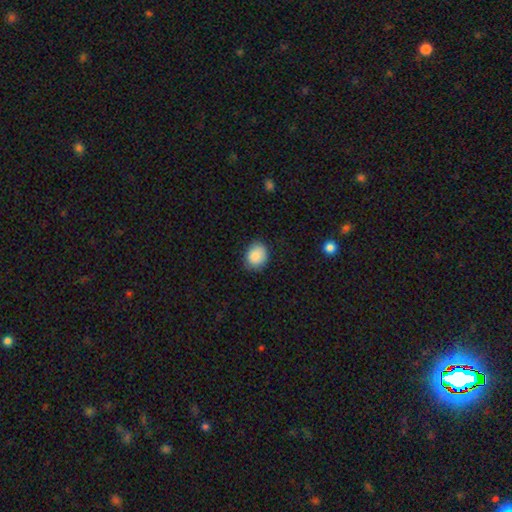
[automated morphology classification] Overall: smooth (86%). How rounded: round (56%; in between 43%). Merging: none (78%).